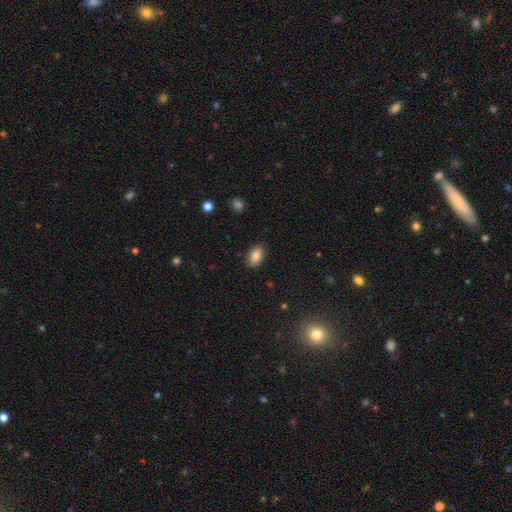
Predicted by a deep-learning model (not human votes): Overall: smooth (85%). How rounded: in between (90%). Merging: none (87%).